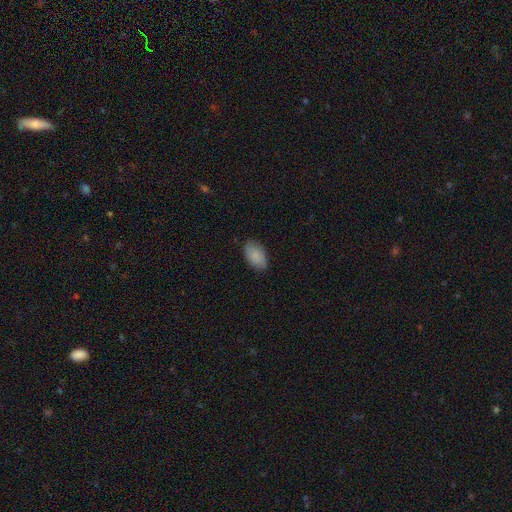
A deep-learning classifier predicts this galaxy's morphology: Q: Smooth or featured?
A: smooth (86%); runner-up: featured or disk (8%)
Q: How rounded?
A: in between (93%); runner-up: round (5%)
Q: Merging?
A: none (80%); runner-up: minor disturbance (16%)